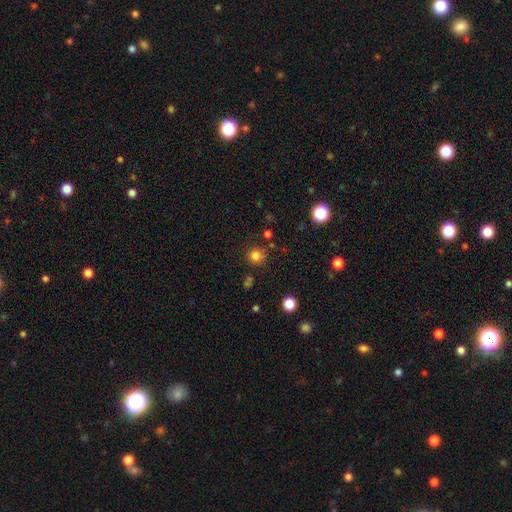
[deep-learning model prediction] smooth_or_featured: smooth (p=0.80) [alt: star or artifact p=0.15]
how_rounded: round (p=0.92) [alt: in between p=0.07]
merging: none (p=0.82) [alt: minor disturbance p=0.10]